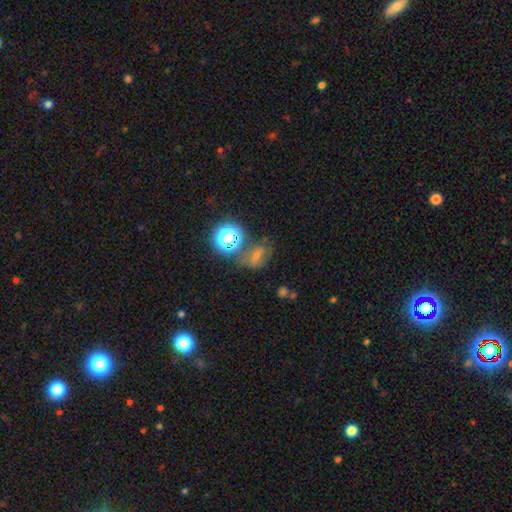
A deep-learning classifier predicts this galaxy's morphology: The model was most divided on "smooth or featured": smooth: 50%, star or artifact: 31%, featured or disk: 19%. More confident: merging — none (52%).